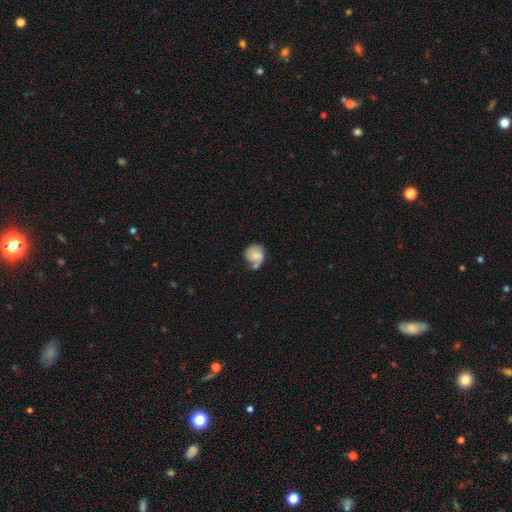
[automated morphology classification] Overall: smooth (58%; featured or disk 33%). How rounded: round (74%). Merging: none (41%; minor disturbance 26%).